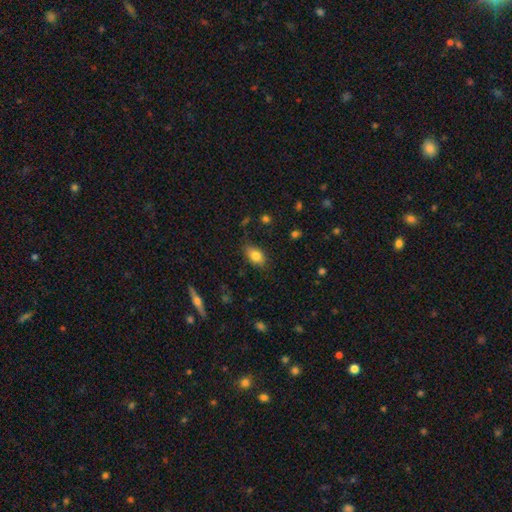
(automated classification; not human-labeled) Morphology: type=smooth (81%); roundness=in between (86%); merging=none (76%).